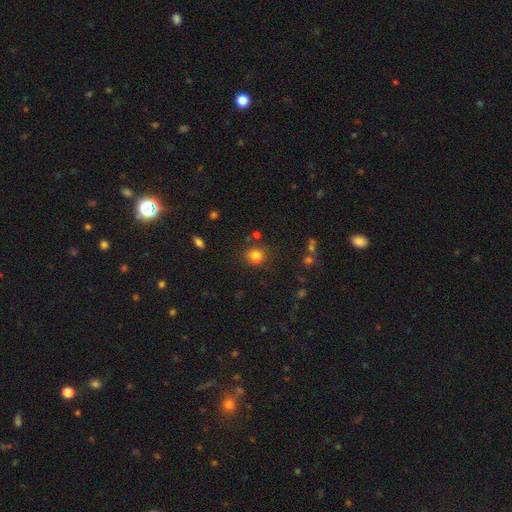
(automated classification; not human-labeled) A smooth galaxy with no disk features (80%) that is round (67%).

Vote fractions:
- Smooth or featured? smooth: 80% / star or artifact: 13% / featured or disk: 7%
- How rounded? round: 67% / in between: 32% / cigar-shaped: 1%
- Merging? none: 69% / minor disturbance: 17% / merger: 9% / major disturbance: 6%